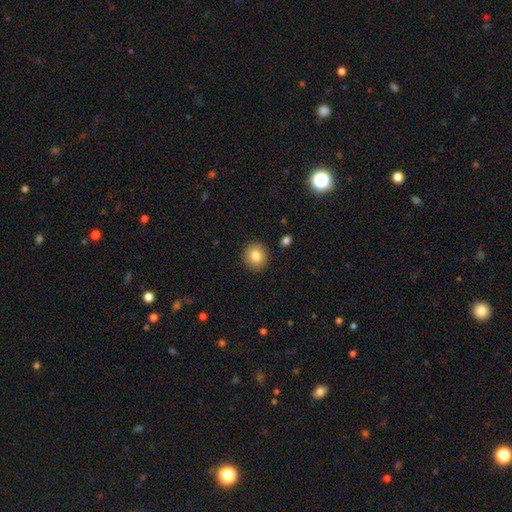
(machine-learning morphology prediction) Overall: smooth (82%). How rounded: round (85%). Merging: none (90%).